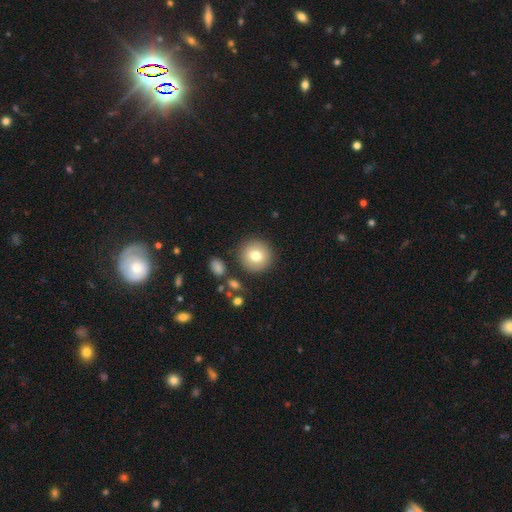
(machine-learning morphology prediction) A smooth galaxy with no disk features (78%) that is round (93%).

Vote fractions:
- Smooth or featured? smooth: 78% / featured or disk: 13% / star or artifact: 9%
- How rounded? round: 93% / in between: 6% / cigar-shaped: 1%
- Merging? none: 86% / minor disturbance: 8% / merger: 4% / major disturbance: 3%